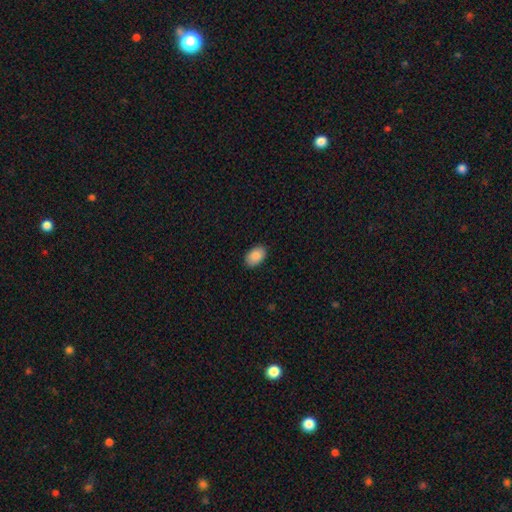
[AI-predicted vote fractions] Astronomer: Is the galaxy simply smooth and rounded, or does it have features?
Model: smooth — 90%.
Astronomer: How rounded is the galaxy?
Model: in between — 91%.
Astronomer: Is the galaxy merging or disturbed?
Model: none — 88%.